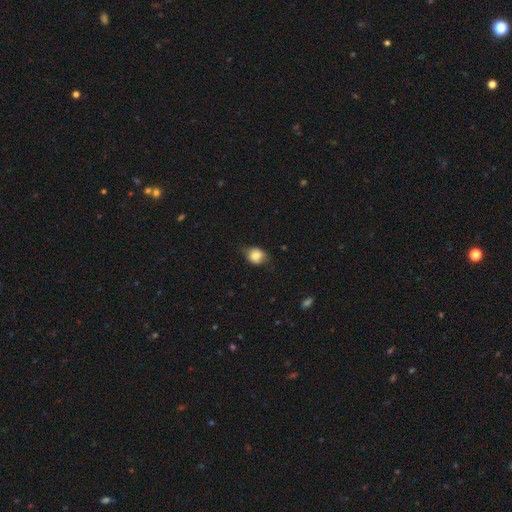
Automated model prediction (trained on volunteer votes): This appears to be a smooth galaxy with no disk features (74%) that is round (51%). Merging: none (62%).